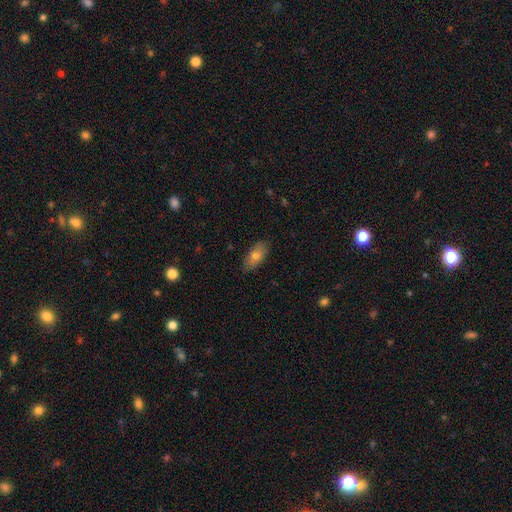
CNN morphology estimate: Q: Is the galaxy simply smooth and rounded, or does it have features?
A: smooth — 76%.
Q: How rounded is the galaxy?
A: in between — 88%.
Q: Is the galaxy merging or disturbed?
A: none — 84%.